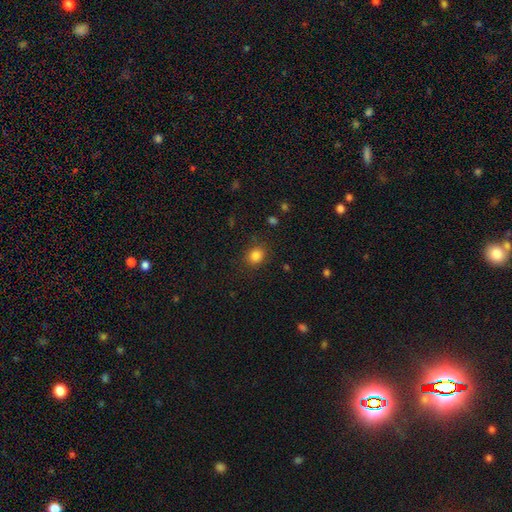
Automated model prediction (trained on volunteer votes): The model was most divided on "how rounded": round: 66%, in between: 33%, cigar-shaped: 1%. More confident: merging — none (85%); smooth or featured — smooth (84%).